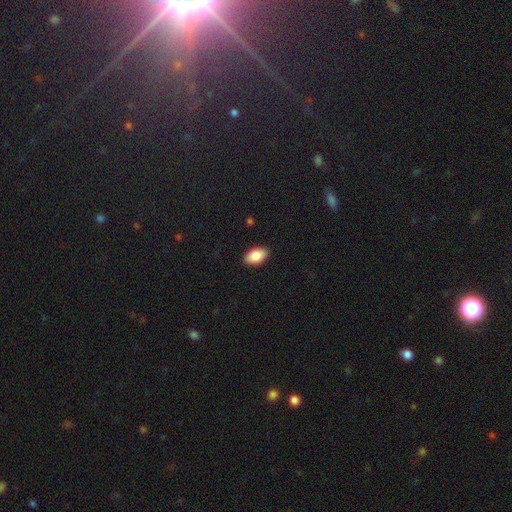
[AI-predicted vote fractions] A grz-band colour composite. It shows a smooth galaxy with no disk features (88%) that is in between round and cigar-shaped (94%). Merging: none (89%).